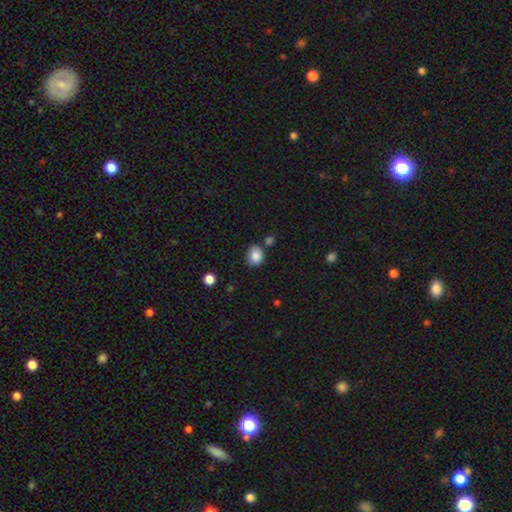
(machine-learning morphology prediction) Smooth or featured? smooth (86%)
How rounded? round (53%)
Merging? none (68%)